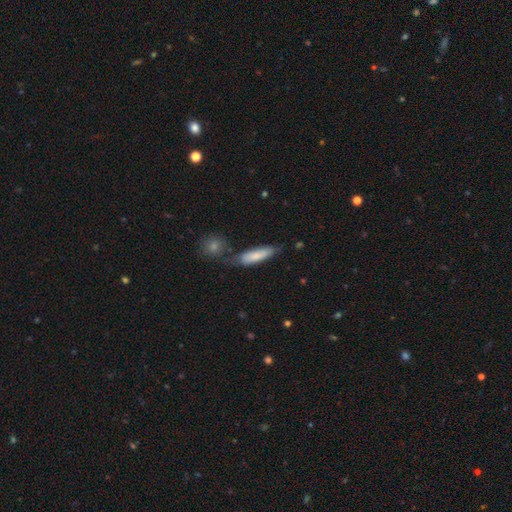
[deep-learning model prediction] smooth 79%, featured or disk 15%, star or artifact 6%. Down the decision tree: how rounded — cigar-shaped (67%); merging — none (59%).